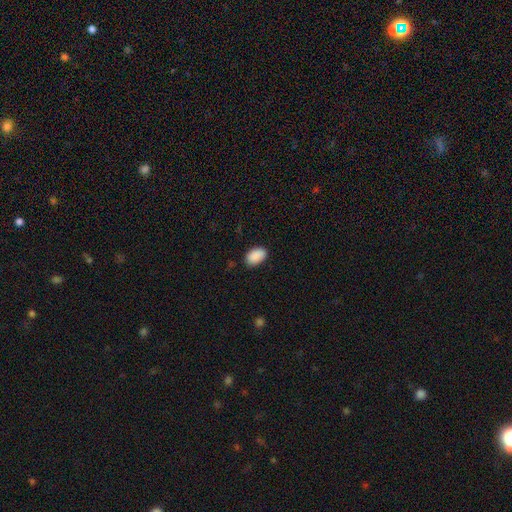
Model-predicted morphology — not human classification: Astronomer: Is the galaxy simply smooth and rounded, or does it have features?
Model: smooth — 91%.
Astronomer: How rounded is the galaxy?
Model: in between — 92%.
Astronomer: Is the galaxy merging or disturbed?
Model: none — 86%.